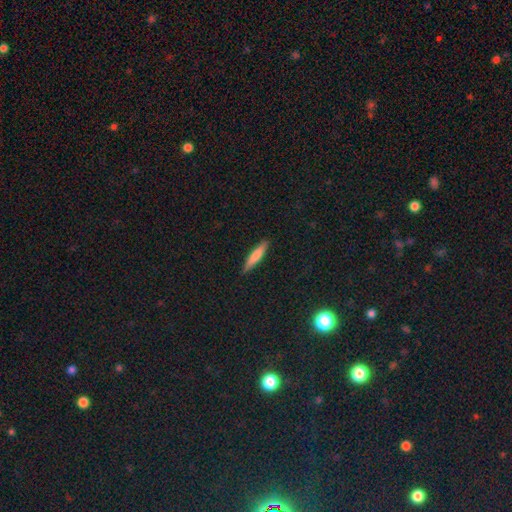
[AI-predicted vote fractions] This appears to be a smooth galaxy with no disk features (75%) that is cigar-shaped (88%). Merging: none (88%).